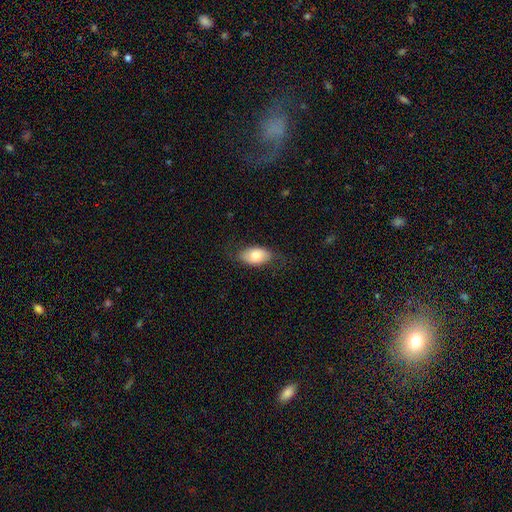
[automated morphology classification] Overall: smooth (76%). How rounded: in between (93%). Merging: none (76%).